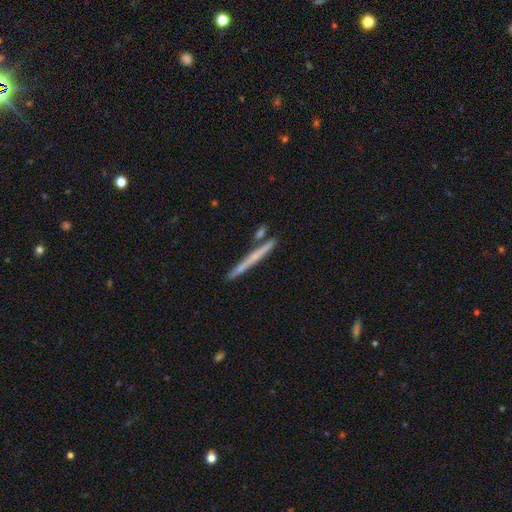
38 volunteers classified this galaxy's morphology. Smooth or featured?
  - featured or disk: 53% *
  - smooth: 42%
  - star or artifact: 5%
Edge-on disk?
  - yes: 100% *
  - no: 0%
Edge-on bulge?
  - none: 75% *
  - rounded: 20%
  - boxy: 5%
Merging?
  - none: 69% *
  - merger: 19%
  - minor disturbance: 8%
  - major disturbance: 3%